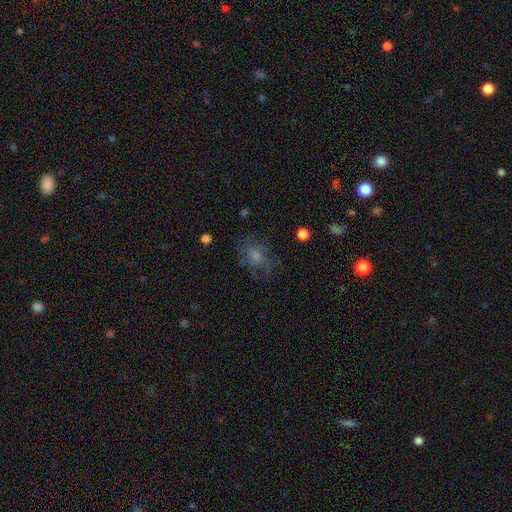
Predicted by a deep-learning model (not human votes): A smooth galaxy with no disk features (58%) that is in between round and cigar-shaped (56%).

Vote fractions:
- Smooth or featured? smooth: 58% / featured or disk: 29% / star or artifact: 12%
- How rounded? in between: 56% / round: 43% / cigar-shaped: 1%
- Merging? none: 56% / minor disturbance: 22% / major disturbance: 19% / merger: 2%